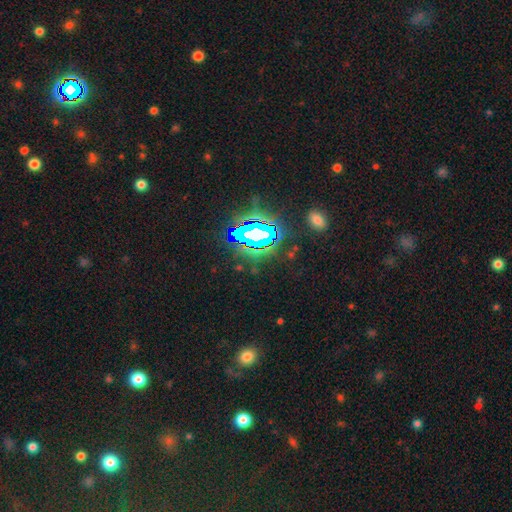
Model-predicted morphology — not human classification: type=star or artifact (79%).